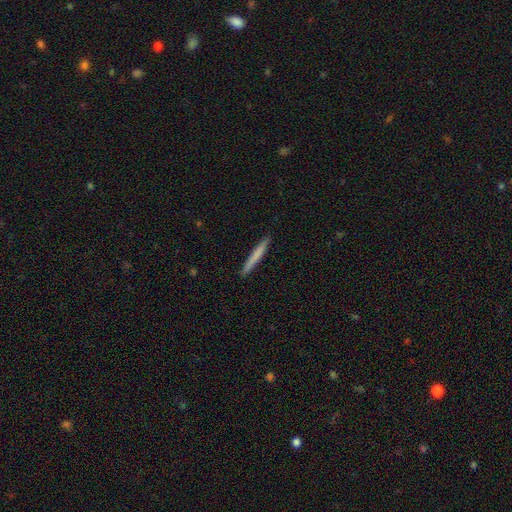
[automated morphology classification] Smooth or featured? smooth (72%)
How rounded? cigar-shaped (97%)
Merging? none (92%)